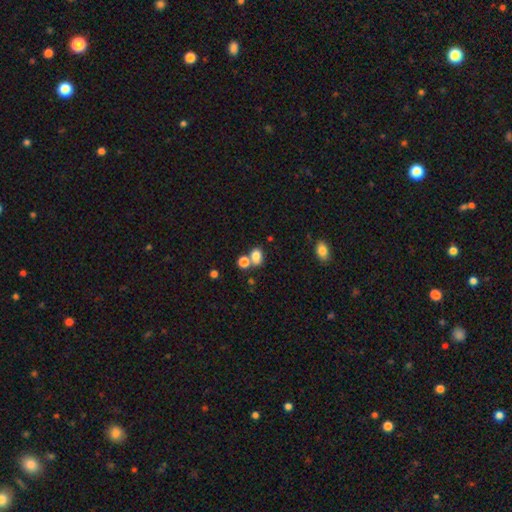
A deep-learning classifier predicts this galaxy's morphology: Overall: smooth (79%). How rounded: in between (64%; round 34%). Merging: none (49%; merger 36%).